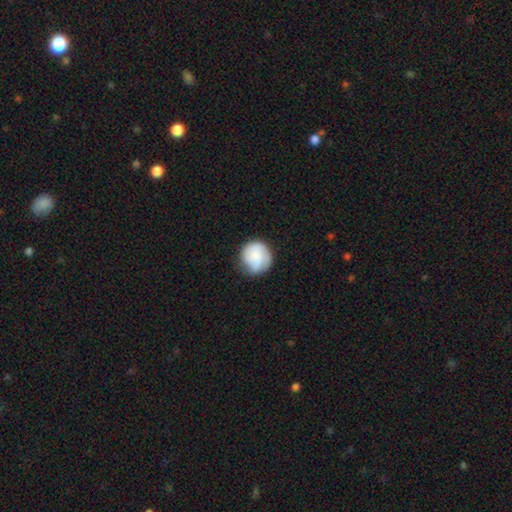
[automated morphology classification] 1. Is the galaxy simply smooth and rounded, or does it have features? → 59% smooth, 34% featured or disk, 7% star or artifact.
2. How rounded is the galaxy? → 90% round, 9% in between, 1% cigar-shaped.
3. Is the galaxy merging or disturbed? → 70% none, 21% minor disturbance, 8% major disturbance, 1% merger.